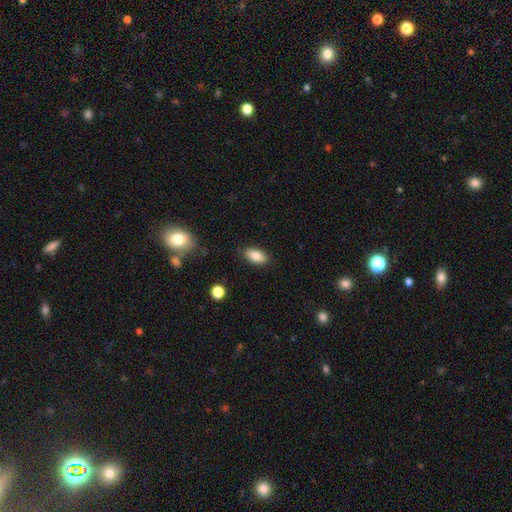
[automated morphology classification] This appears to be a smooth galaxy with no disk features (83%) that is in between round and cigar-shaped (90%). Merging: none (85%).